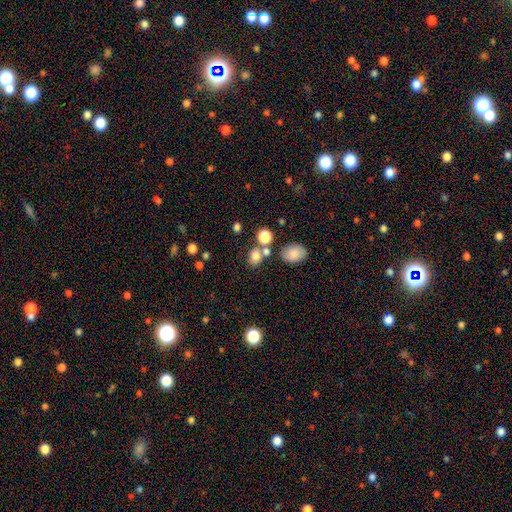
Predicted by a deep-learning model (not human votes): Overall: smooth (77%). How rounded: round (50%; in between 48%). Merging: none (59%; merger 25%).